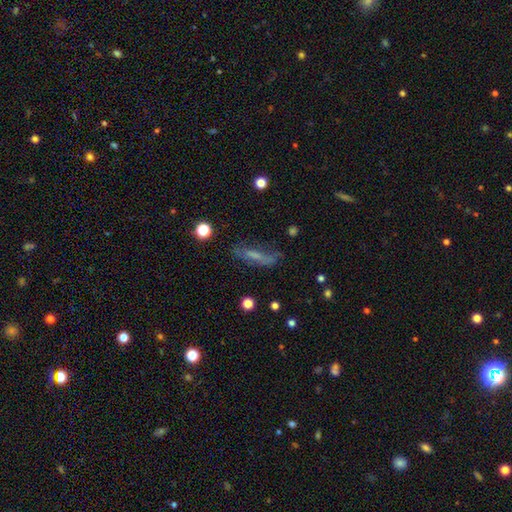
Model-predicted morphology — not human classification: Overall: smooth (48%; featured or disk 38%). Merging: none (53%; minor disturbance 27%).